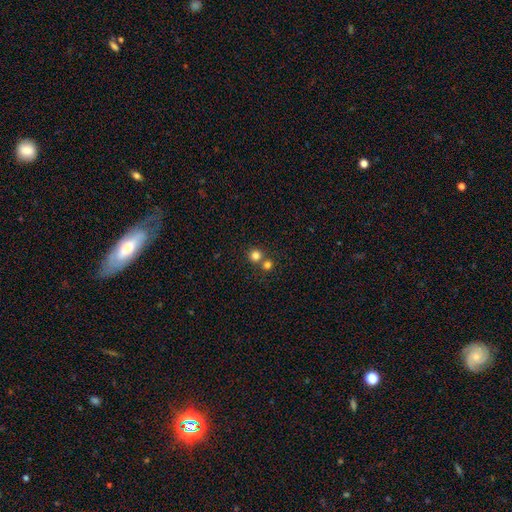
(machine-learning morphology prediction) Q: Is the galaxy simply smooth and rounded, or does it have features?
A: smooth — 80%.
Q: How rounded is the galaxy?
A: round — 93%.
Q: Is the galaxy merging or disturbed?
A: none — 61%.